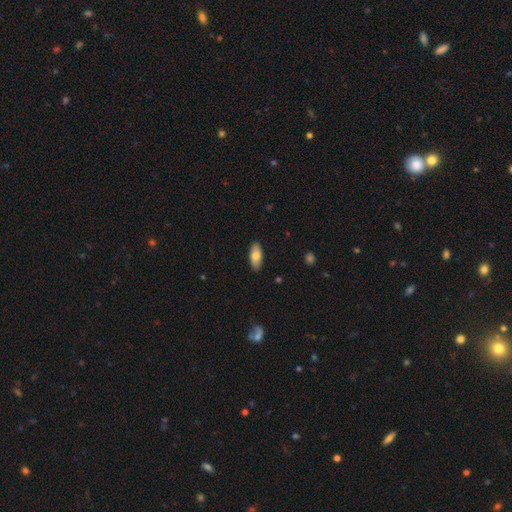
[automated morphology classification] Smooth or featured? smooth (78%)
How rounded? in between (84%)
Merging? none (88%)